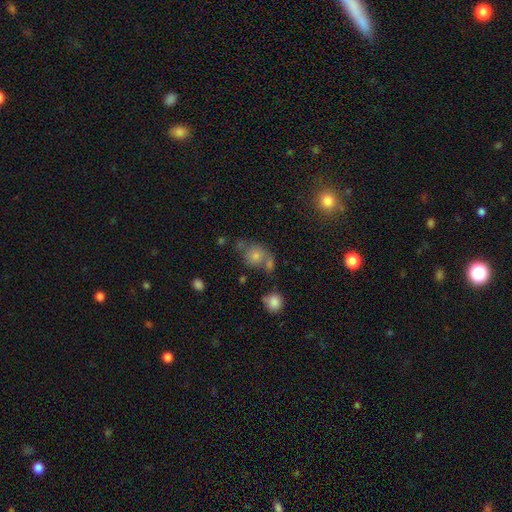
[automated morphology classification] smooth 66%, star or artifact 18%, featured or disk 16%. Down the decision tree: how rounded — round (68%); merging — none (51%).